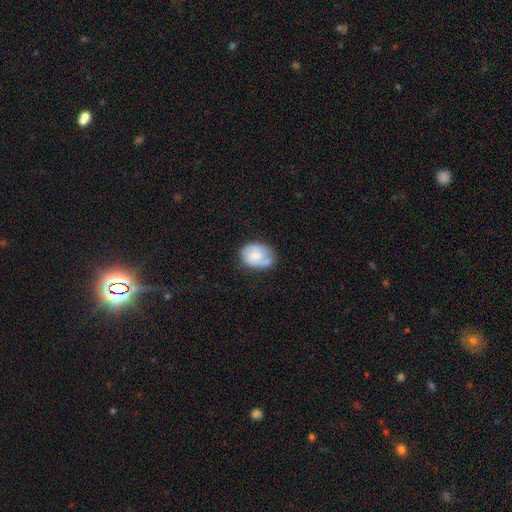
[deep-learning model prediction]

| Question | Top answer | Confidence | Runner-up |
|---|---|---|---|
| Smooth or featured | smooth | 62% | featured or disk (31%) |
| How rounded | in between | 67% | round (32%) |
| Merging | none | 52% | minor disturbance (29%) |